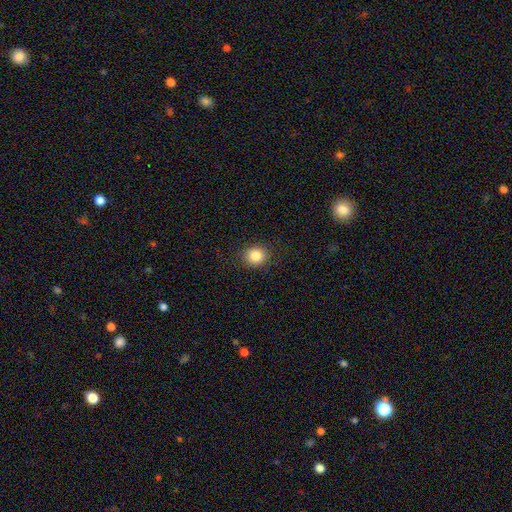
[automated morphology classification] Smooth or featured?
  - smooth: 85% *
  - star or artifact: 10%
  - featured or disk: 5%
How rounded?
  - round: 80% *
  - in between: 19%
  - cigar-shaped: 1%
Merging?
  - none: 88% *
  - minor disturbance: 8%
  - major disturbance: 3%
  - merger: 1%